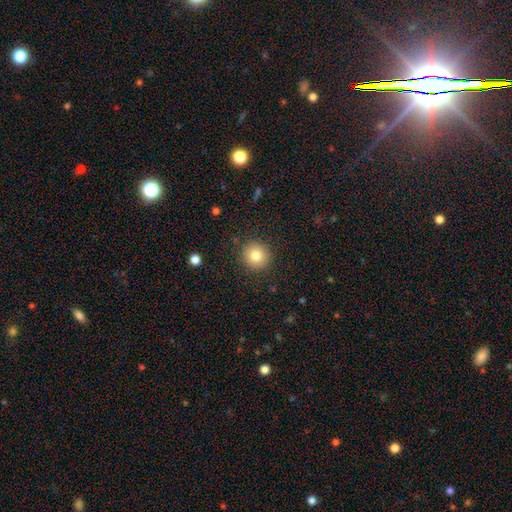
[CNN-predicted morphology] A smooth galaxy with no disk features (81%) that is round (93%).

Vote fractions:
- Smooth or featured? smooth: 81% / star or artifact: 11% / featured or disk: 8%
- How rounded? round: 93% / in between: 6% / cigar-shaped: 1%
- Merging? none: 89% / minor disturbance: 7% / major disturbance: 2% / merger: 1%